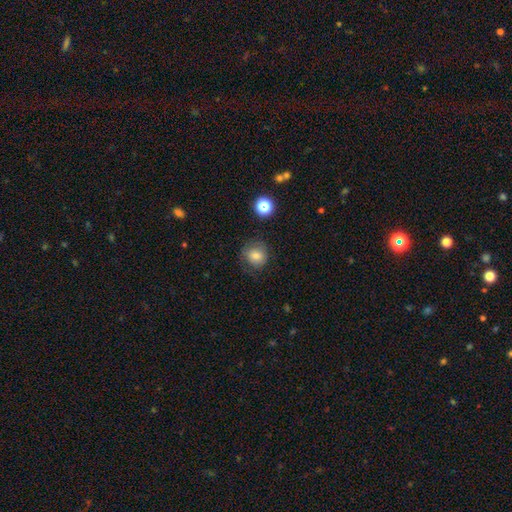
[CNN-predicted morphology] Smooth or featured?
  - smooth: 77% *
  - featured or disk: 12%
  - star or artifact: 11%
How rounded?
  - round: 86% *
  - in between: 13%
  - cigar-shaped: 1%
Merging?
  - none: 73% *
  - minor disturbance: 17%
  - major disturbance: 7%
  - merger: 2%